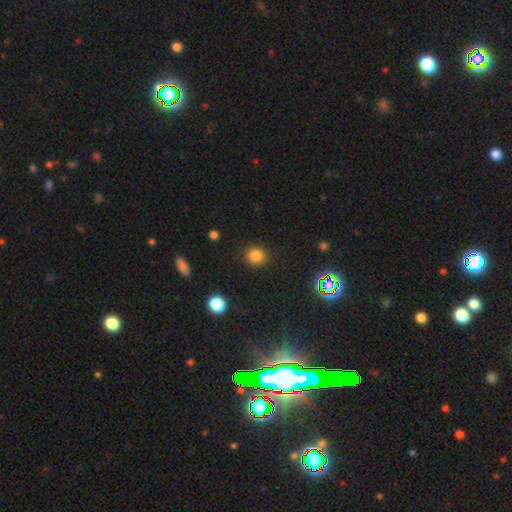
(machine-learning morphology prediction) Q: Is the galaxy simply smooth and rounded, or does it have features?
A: smooth — 81%.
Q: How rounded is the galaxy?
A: round — 88%.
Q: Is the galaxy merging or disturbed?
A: none — 90%.